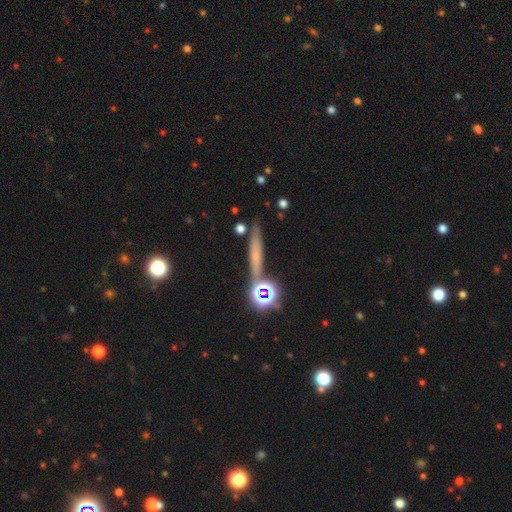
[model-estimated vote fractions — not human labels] smooth_or_featured: smooth (p=0.42) [alt: featured or disk p=0.33]
merging: none (p=0.80) [alt: minor disturbance p=0.10]